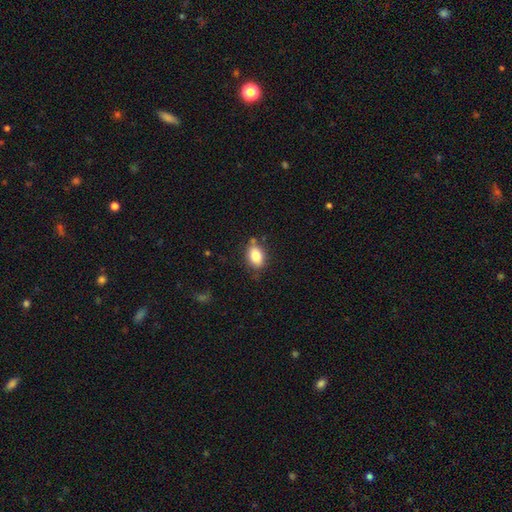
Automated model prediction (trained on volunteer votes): Q: Smooth or featured?
A: smooth (84%); runner-up: star or artifact (8%)
Q: How rounded?
A: in between (85%); runner-up: round (14%)
Q: Merging?
A: none (75%); runner-up: minor disturbance (17%)